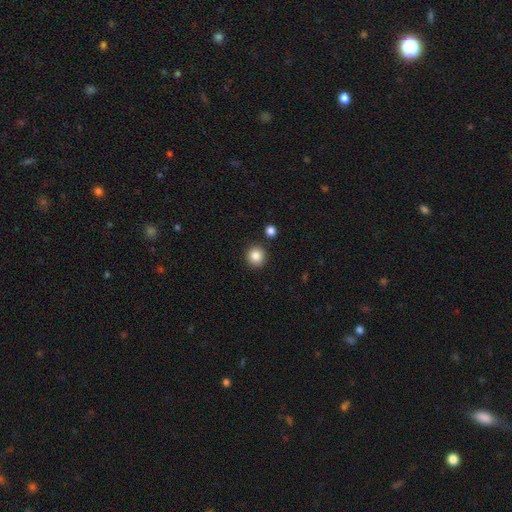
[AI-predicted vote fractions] A smooth galaxy with no disk features (86%) that is round (91%). Merging: none (88%).